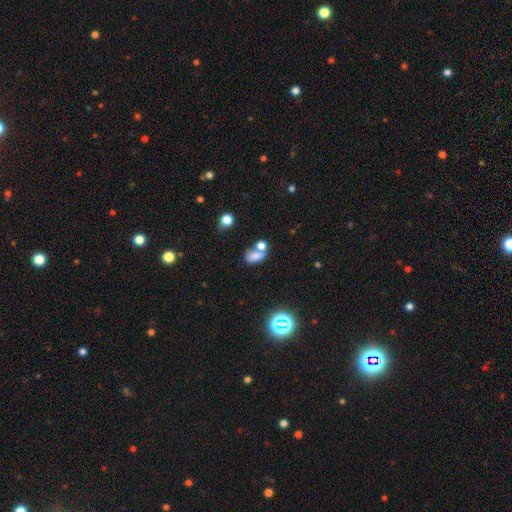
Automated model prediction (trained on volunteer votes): smooth-or-featured: smooth: 68% | star or artifact: 18% | featured or disk: 15%
  how-rounded: in between: 80% | round: 15% | cigar-shaped: 5%
  merging: merger: 44% | none: 34% | minor disturbance: 13% | major disturbance: 9%